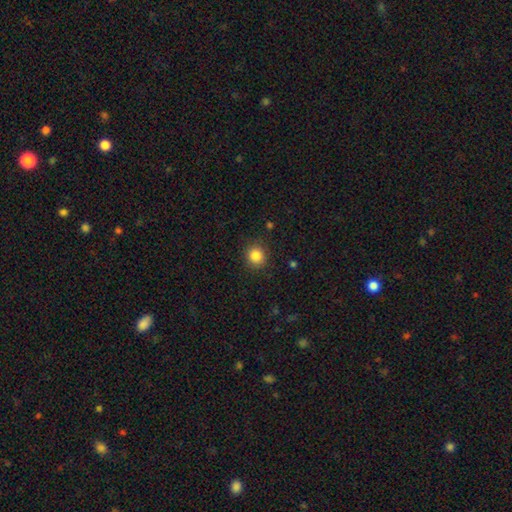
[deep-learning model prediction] This is clearly a smooth galaxy (85%). How rounded: clearly round (89%). Merging: clearly none (89%).